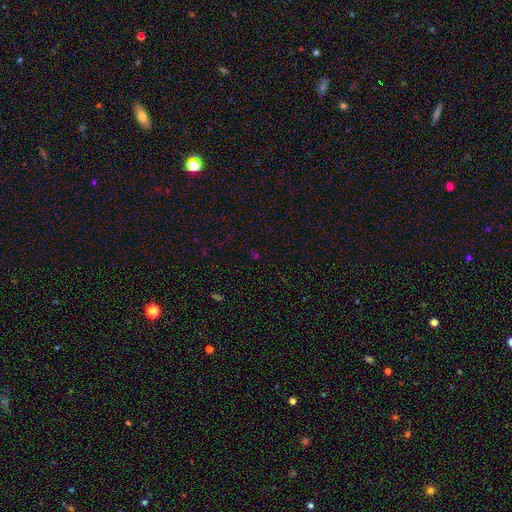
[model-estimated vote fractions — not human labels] Morphology: type=star or artifact (58%).